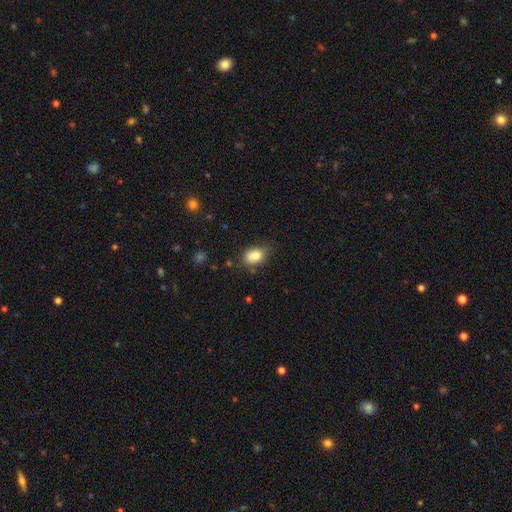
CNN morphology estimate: Smooth or featured: smooth — 81% (featured or disk — 10%)
How rounded: in between — 70% (round — 29%)
Merging: none — 60% (minor disturbance — 27%)